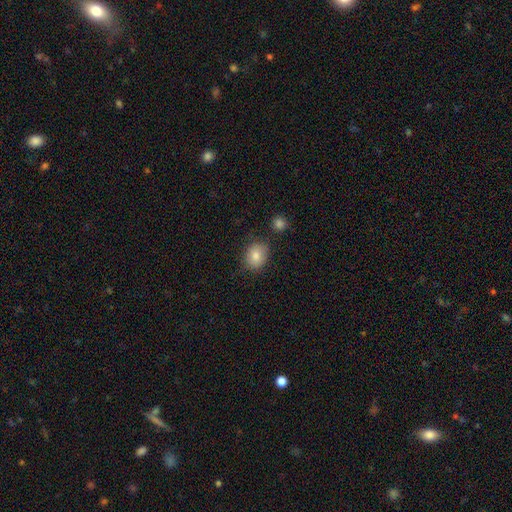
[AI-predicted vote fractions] A smooth galaxy with no disk features (82%) that is in between round and cigar-shaped (52%). Merging: none (80%).